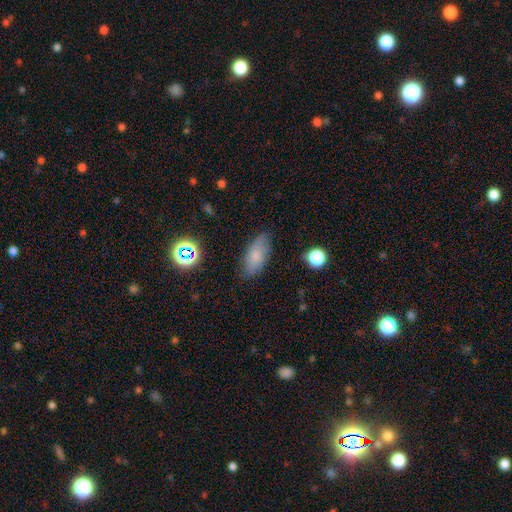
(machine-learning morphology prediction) smooth 75%, featured or disk 15%, star or artifact 10%. Down the decision tree: how rounded — in between (86%); merging — none (79%).